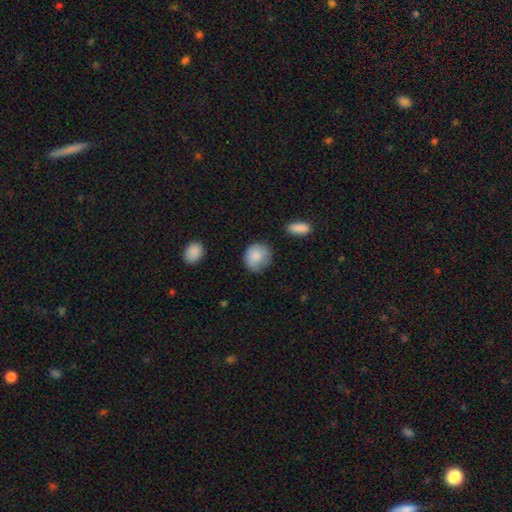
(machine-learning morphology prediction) Smooth or featured: smooth — 84% (featured or disk — 9%)
How rounded: round — 81% (in between — 18%)
Merging: none — 68% (minor disturbance — 24%)